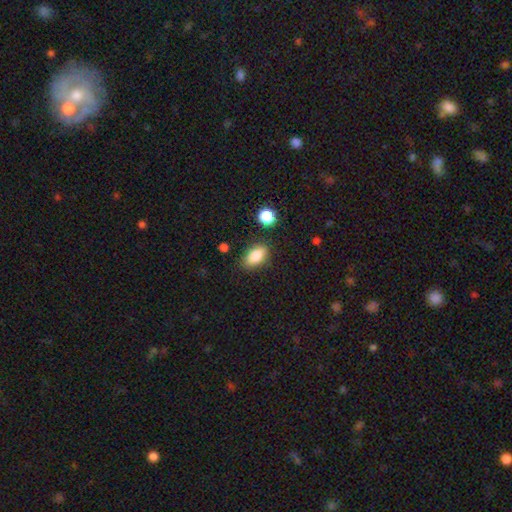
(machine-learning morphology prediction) smooth 84%, star or artifact 8%, featured or disk 8%. Down the decision tree: how rounded — in between (89%); merging — none (82%).